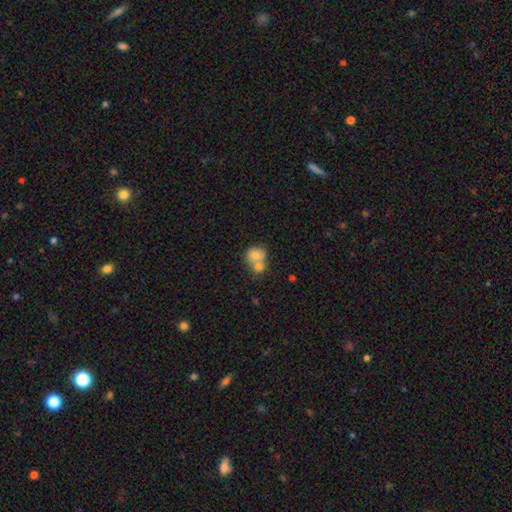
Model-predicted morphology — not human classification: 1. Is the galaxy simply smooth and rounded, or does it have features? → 74% smooth, 17% featured or disk, 9% star or artifact.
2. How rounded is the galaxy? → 67% round, 32% in between, 1% cigar-shaped.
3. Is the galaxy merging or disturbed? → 64% merger, 25% none, 7% minor disturbance, 3% major disturbance.